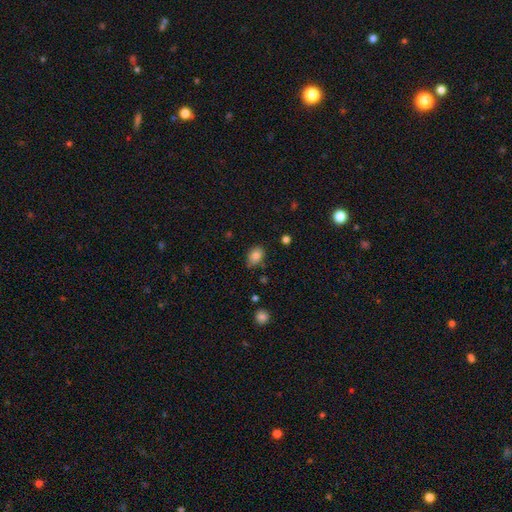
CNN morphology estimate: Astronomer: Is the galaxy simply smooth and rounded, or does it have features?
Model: smooth — 83%.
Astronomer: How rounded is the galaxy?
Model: in between — 72%.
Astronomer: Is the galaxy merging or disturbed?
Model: none — 70%.